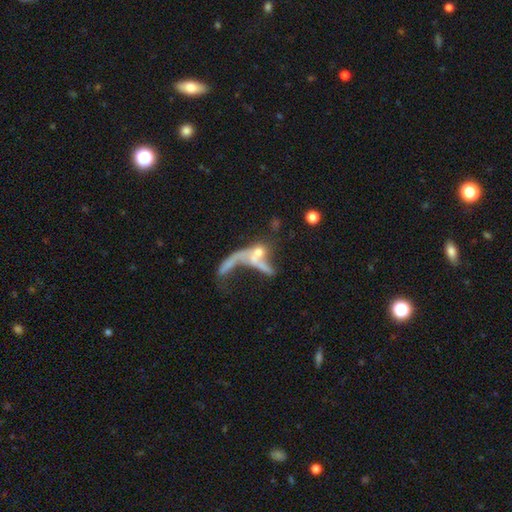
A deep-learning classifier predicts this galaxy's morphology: Q: Smooth or featured?
A: featured or disk (53%); runner-up: smooth (34%)
Q: Edge-on disk?
A: no (87%); runner-up: yes (13%)
Q: Merging?
A: merger (53%); runner-up: major disturbance (28%)